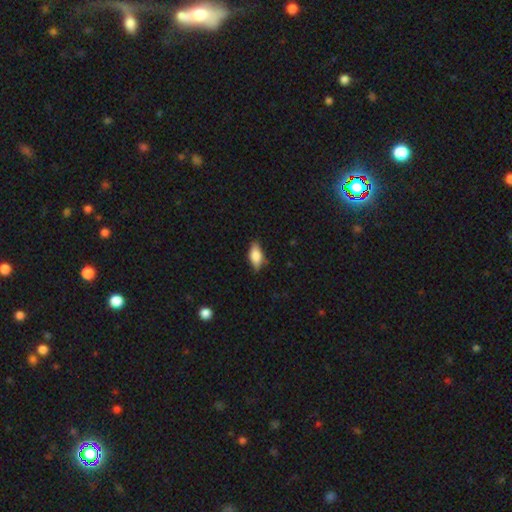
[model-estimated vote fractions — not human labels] Smooth or featured? Predicted: smooth (p=0.79). How rounded? Predicted: in between (p=0.86). Merging? Predicted: none (p=0.79).